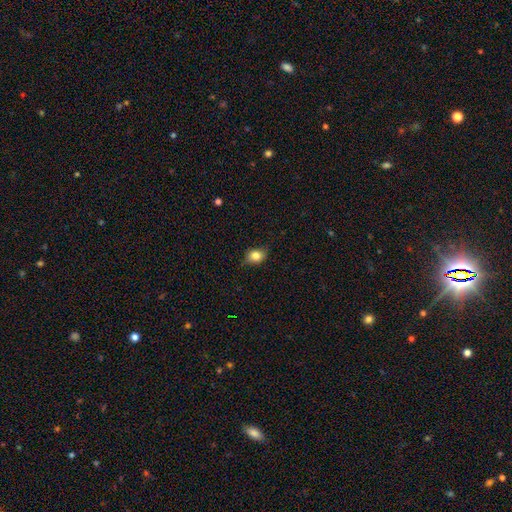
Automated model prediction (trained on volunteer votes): This appears to be a smooth galaxy with no disk features (82%) that is in between round and cigar-shaped (55%). Merging: none (76%).